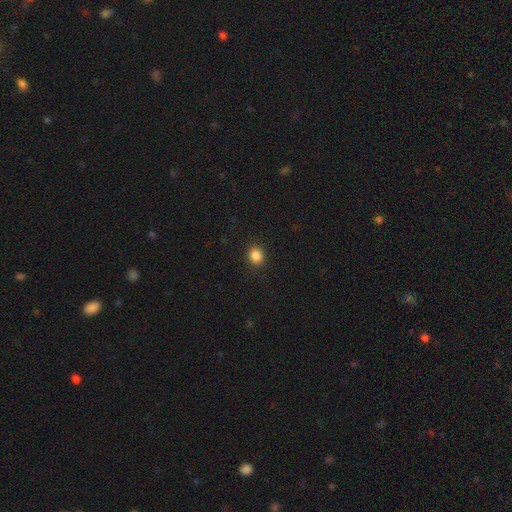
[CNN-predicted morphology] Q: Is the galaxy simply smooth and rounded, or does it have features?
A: smooth — 86%.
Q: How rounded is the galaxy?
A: round — 73%.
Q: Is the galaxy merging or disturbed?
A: none — 90%.